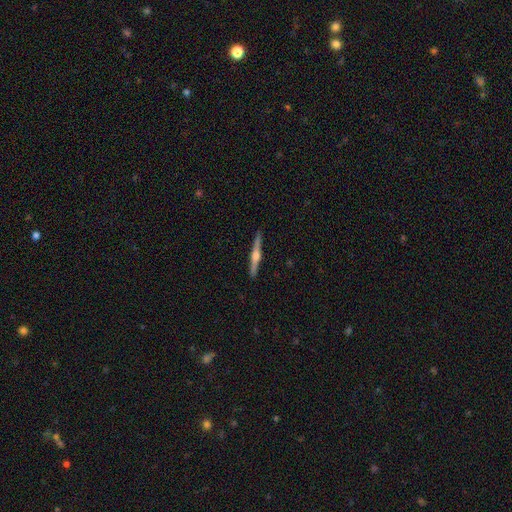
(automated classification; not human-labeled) A featured or disk galaxy (75%) viewed edge-on (98%) with a rounded central bulge (92%). Merging: none (92%).